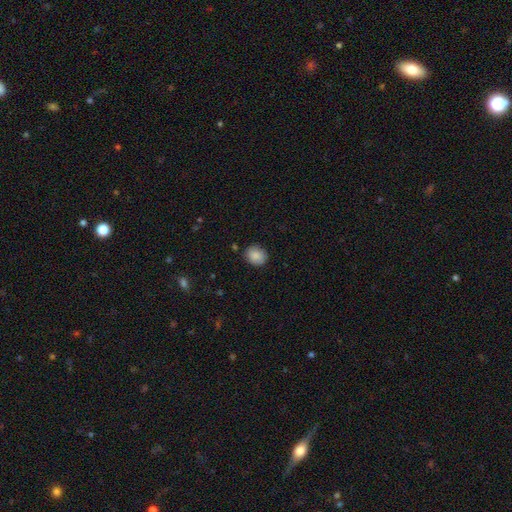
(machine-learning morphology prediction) type=smooth (87%); roundness=round (69%); merging=none (86%).